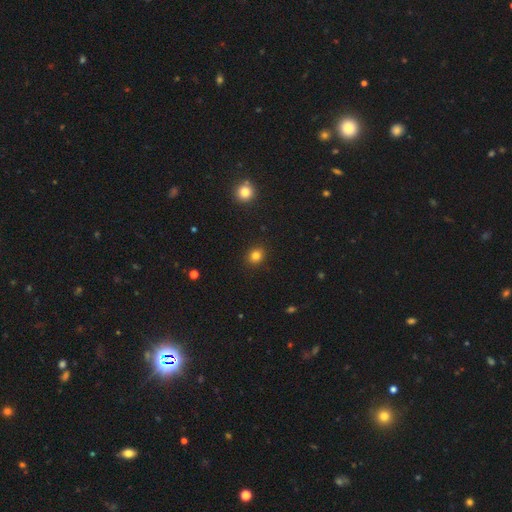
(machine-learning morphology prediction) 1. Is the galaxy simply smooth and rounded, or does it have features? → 81% smooth, 13% star or artifact, 6% featured or disk.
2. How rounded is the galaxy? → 75% round, 25% in between, 1% cigar-shaped.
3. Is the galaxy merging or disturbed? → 91% none, 6% minor disturbance, 2% major disturbance, 1% merger.